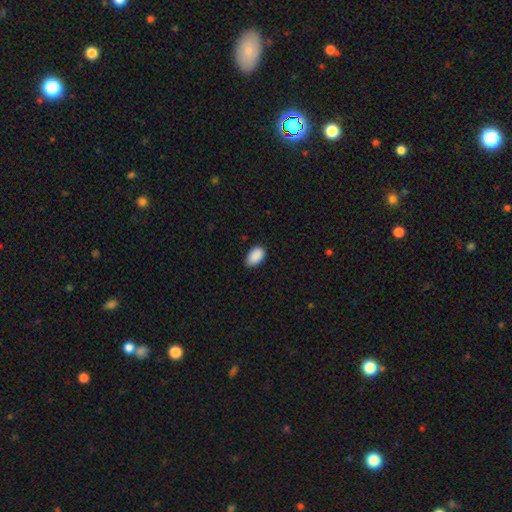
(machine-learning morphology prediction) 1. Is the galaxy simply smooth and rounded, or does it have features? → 90% smooth, 7% star or artifact, 3% featured or disk.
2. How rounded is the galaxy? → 93% in between, 6% round, 1% cigar-shaped.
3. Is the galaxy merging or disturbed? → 79% none, 18% minor disturbance, 2% major disturbance, 1% merger.